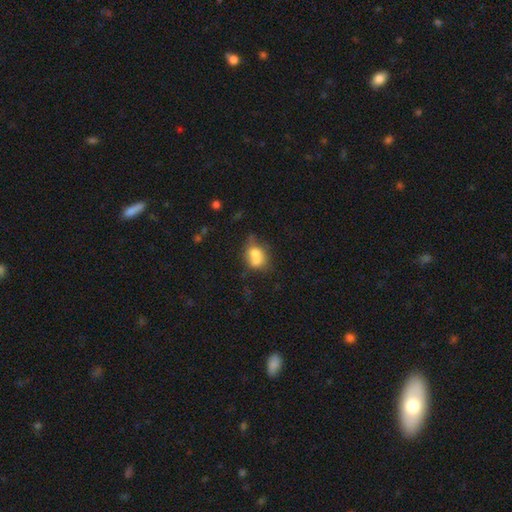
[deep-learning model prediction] The model was most divided on "how rounded": in between: 54%, round: 45%, cigar-shaped: 2%. Remaining: smooth or featured — smooth (68%); merging — merger (46%).